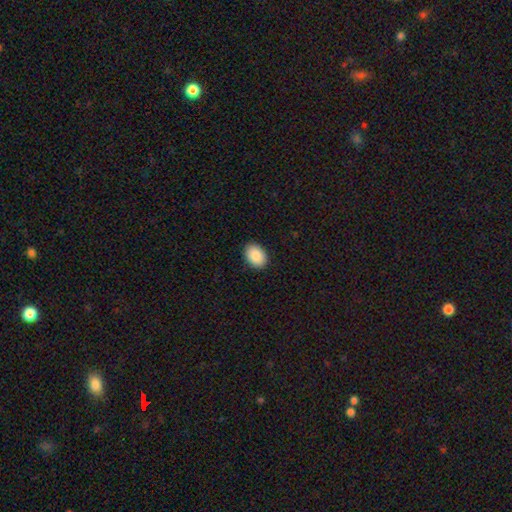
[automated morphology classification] Smooth or featured? smooth (89%)
How rounded? in between (77%)
Merging? none (90%)